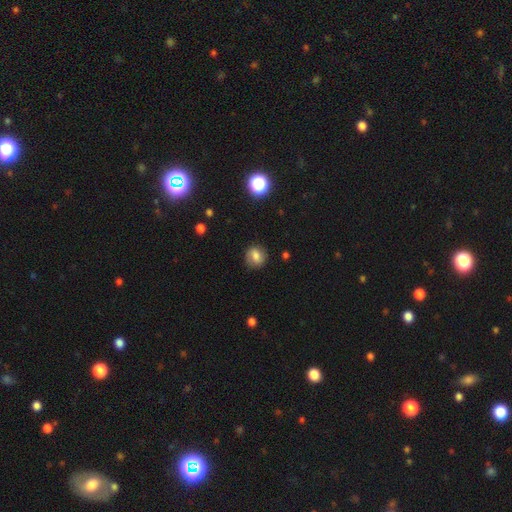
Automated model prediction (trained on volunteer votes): This is likely a smooth galaxy (72%). How rounded: likely round (69%). Merging: likely none (79%).